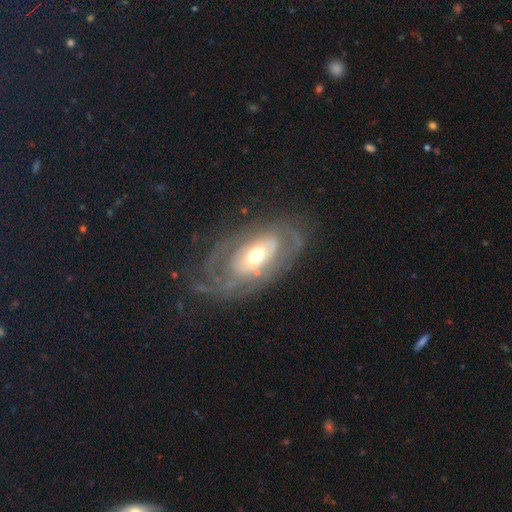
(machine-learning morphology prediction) Smooth or featured? Predicted: featured or disk (p=0.77). Edge-on disk? Predicted: no (p=0.92). Bar? Predicted: no (p=0.71). Spiral arms? Predicted: yes (p=0.67). Bulge size? Predicted: moderate (p=0.68). Merging? Predicted: none (p=0.63).